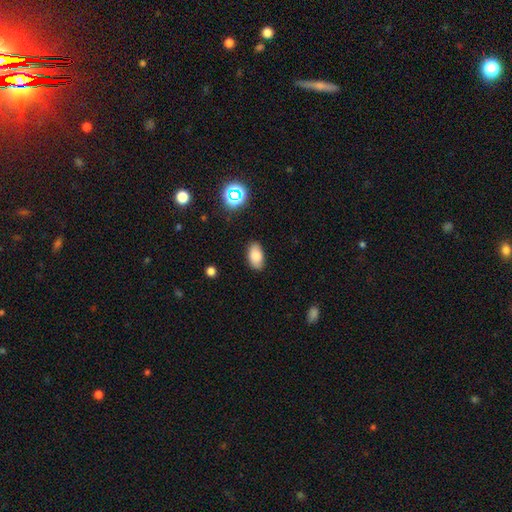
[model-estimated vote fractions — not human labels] A smooth galaxy with no disk features (84%) that is in between round and cigar-shaped (93%).

Vote fractions:
- Smooth or featured? smooth: 84% / star or artifact: 9% / featured or disk: 7%
- How rounded? in between: 93% / round: 5% / cigar-shaped: 2%
- Merging? none: 84% / minor disturbance: 13% / major disturbance: 3% / merger: 1%